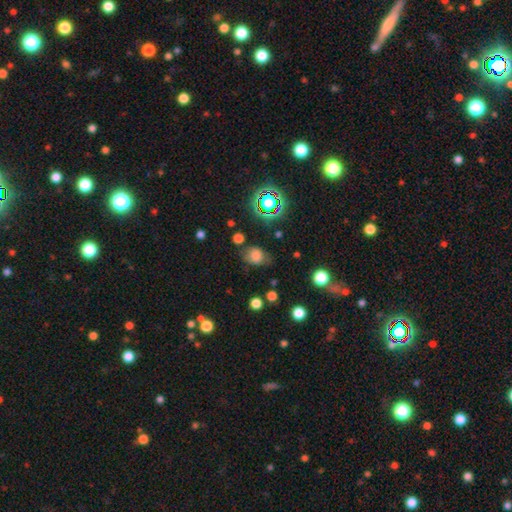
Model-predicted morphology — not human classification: This appears to be a smooth galaxy with no disk features (70%) that is in between round and cigar-shaped (55%). Merging: none (60%).